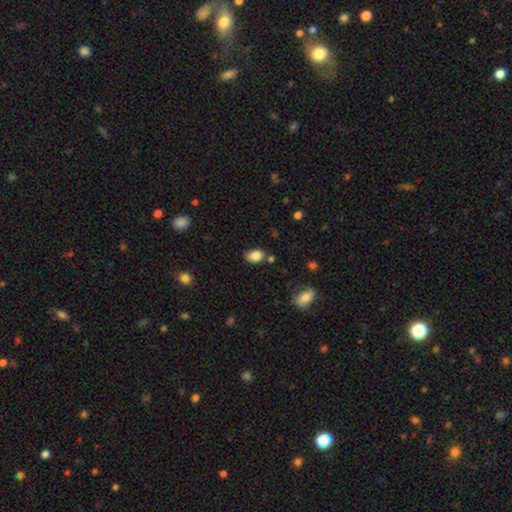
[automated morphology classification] Overall: smooth (85%). How rounded: in between (81%). Merging: none (74%).